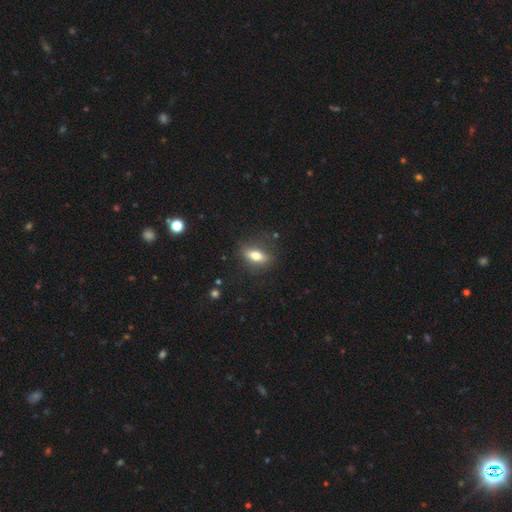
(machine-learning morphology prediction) Smooth or featured? Predicted: smooth (p=0.73). How rounded? Predicted: in between (p=0.73). Merging? Predicted: none (p=0.79).